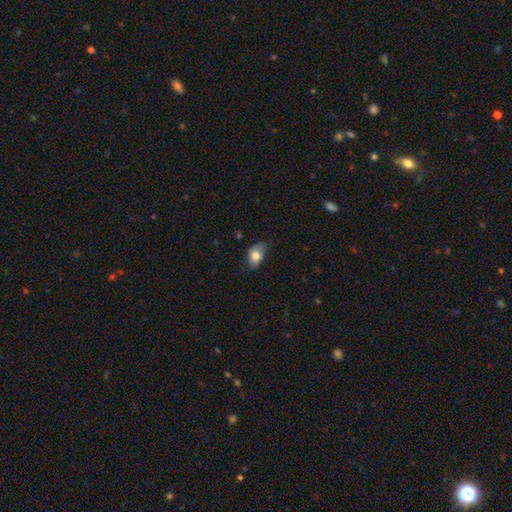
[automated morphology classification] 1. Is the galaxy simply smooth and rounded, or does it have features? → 79% smooth, 13% featured or disk, 7% star or artifact.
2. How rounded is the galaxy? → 84% in between, 14% round, 2% cigar-shaped.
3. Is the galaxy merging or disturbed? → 63% none, 29% minor disturbance, 6% major disturbance, 1% merger.